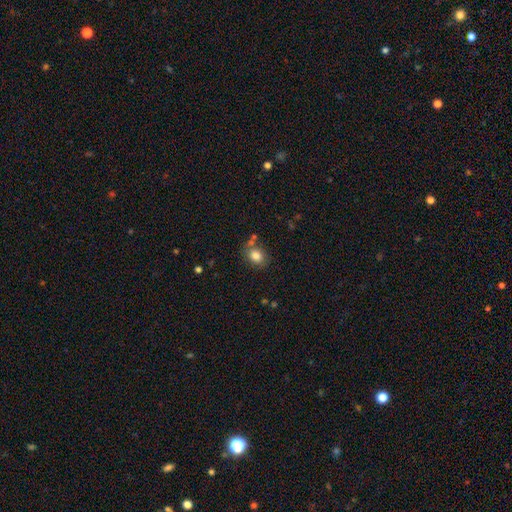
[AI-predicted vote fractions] A smooth galaxy with no disk features (82%) that is in between round and cigar-shaped (50%). Merging: none (68%).